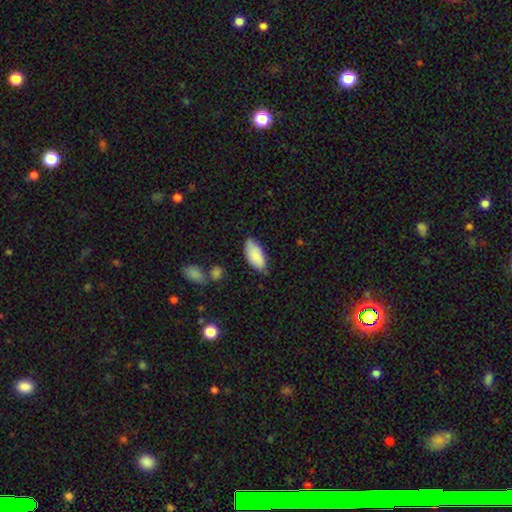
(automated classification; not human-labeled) The model was most divided on "merging": none: 67%, minor disturbance: 27%, major disturbance: 4%, merger: 3%. More confident: how rounded — in between (91%); smooth or featured — smooth (85%).